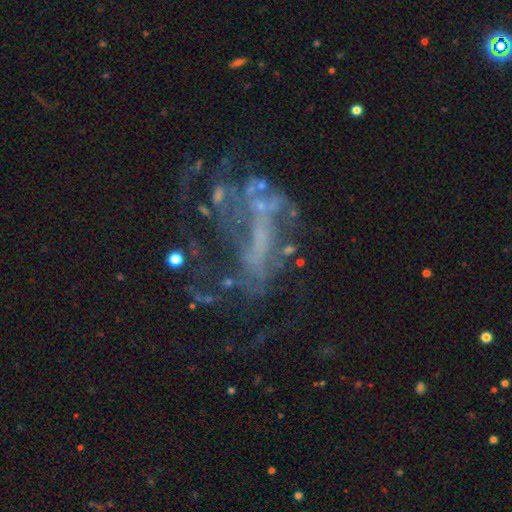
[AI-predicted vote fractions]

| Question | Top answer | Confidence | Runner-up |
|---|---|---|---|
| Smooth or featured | featured or disk | 62% | star or artifact (19%) |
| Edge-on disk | no | 93% | yes (7%) |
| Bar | no | 57% | weak (25%) |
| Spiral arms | no | 52% | yes (48%) |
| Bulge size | none | 58% | small (27%) |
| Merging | none | 36% | major disturbance (33%) |